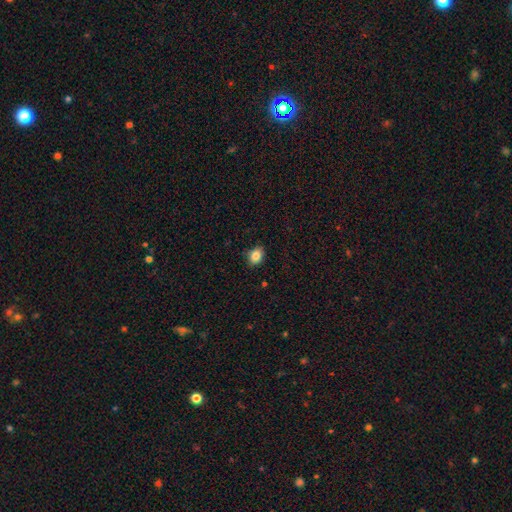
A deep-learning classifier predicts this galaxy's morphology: type=smooth (85%); roundness=in between (59%); merging=none (85%).